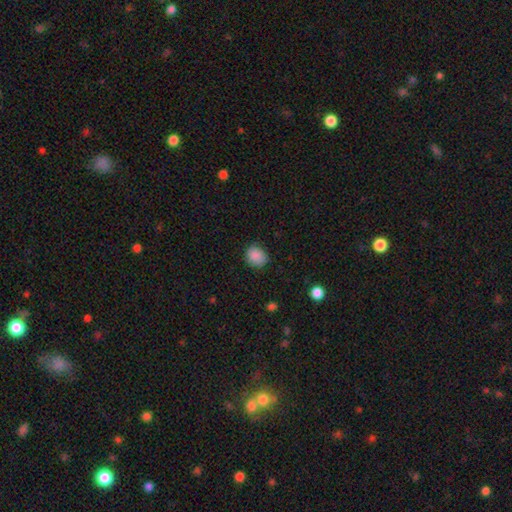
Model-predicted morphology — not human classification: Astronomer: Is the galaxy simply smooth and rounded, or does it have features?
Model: smooth — 87%.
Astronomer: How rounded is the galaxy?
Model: round — 59% (runner-up: in between, 40%).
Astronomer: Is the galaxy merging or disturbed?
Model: none — 76%.